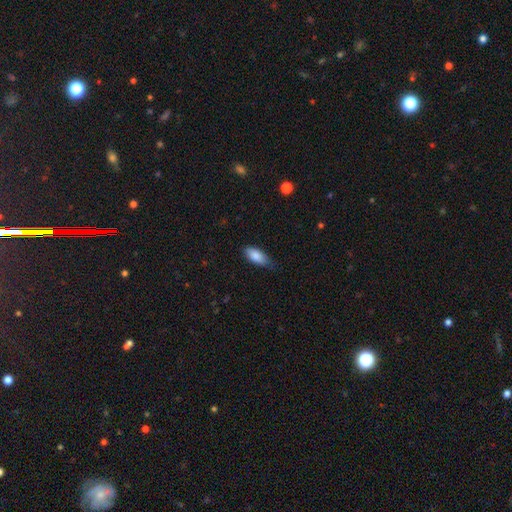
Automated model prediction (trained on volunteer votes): The model was most divided on "merging": none: 64%, minor disturbance: 30%, major disturbance: 5%, merger: 1%. More confident: smooth or featured — smooth (85%); how rounded — in between (85%).